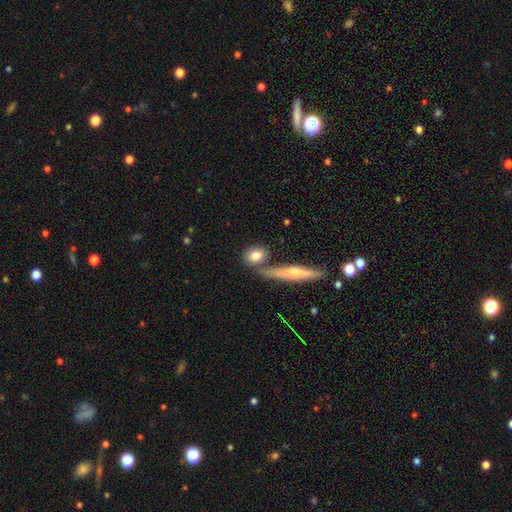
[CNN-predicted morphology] Q: Smooth or featured?
A: smooth (78%); runner-up: featured or disk (14%)
Q: How rounded?
A: round (48%); runner-up: in between (40%)
Q: Merging?
A: none (68%); runner-up: merger (16%)